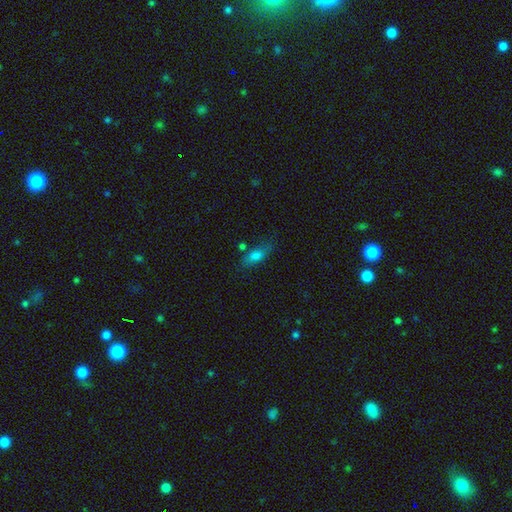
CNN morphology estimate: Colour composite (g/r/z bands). It shows a smooth galaxy with no disk features (74%) that is in between round and cigar-shaped (70%). Merging: none (67%).